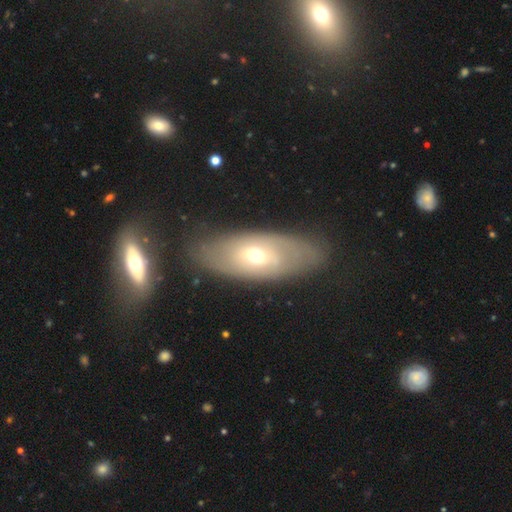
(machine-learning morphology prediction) Smooth or featured?
  - featured or disk: 54% *
  - smooth: 38%
  - star or artifact: 8%
Edge-on disk?
  - no: 83% *
  - yes: 17%
Merging?
  - none: 77% *
  - minor disturbance: 14%
  - major disturbance: 5%
  - merger: 3%